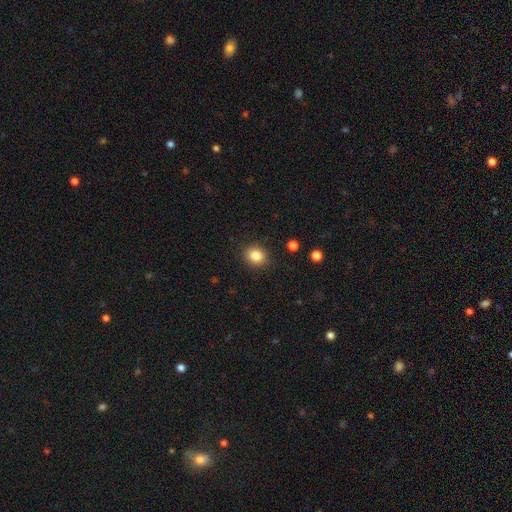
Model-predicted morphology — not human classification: Overall: smooth (84%). How rounded: round (75%). Merging: none (89%).